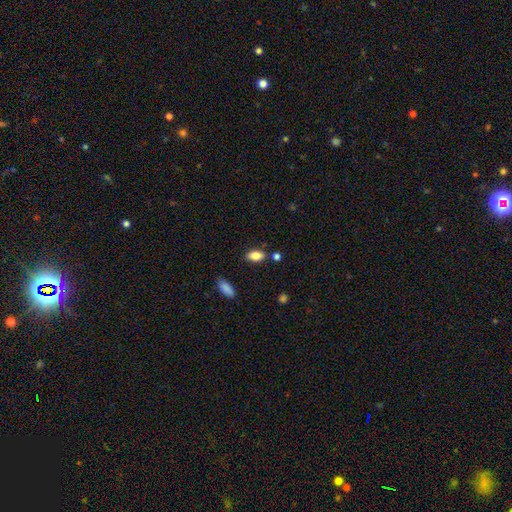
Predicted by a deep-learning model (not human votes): The model was most divided on "merging": none: 77%, minor disturbance: 13%, merger: 7%, major disturbance: 3%. More confident: how rounded — in between (89%); smooth or featured — smooth (81%).